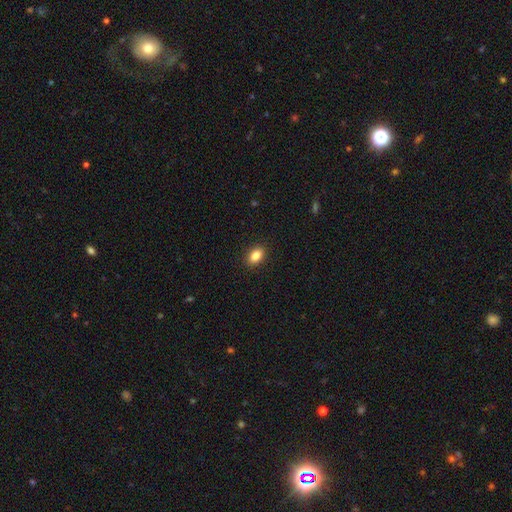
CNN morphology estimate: type=smooth (86%); roundness=in between (86%); merging=none (90%).